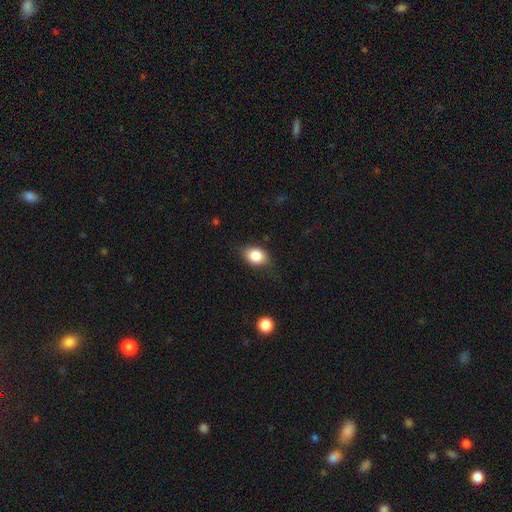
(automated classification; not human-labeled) A smooth galaxy with no disk features (83%) that is in between round and cigar-shaped (71%). Merging: none (76%).